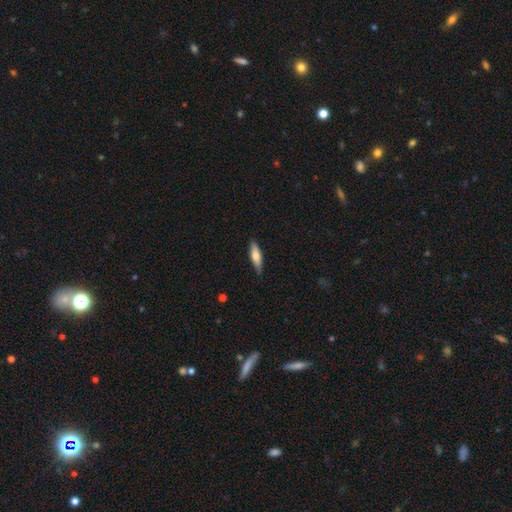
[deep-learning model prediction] Smooth or featured? smooth (63%)
How rounded? cigar-shaped (67%)
Merging? none (86%)